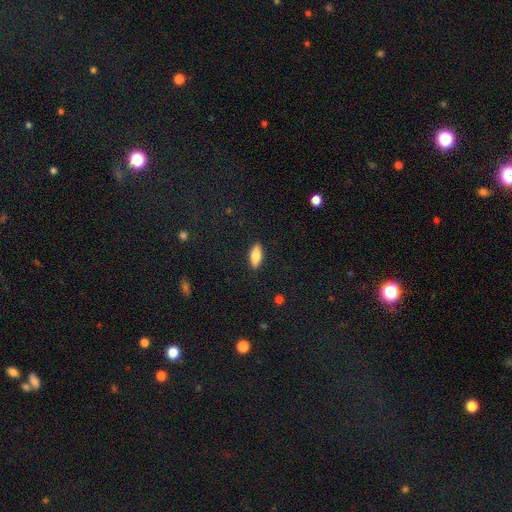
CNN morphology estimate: type=smooth (76%); roundness=in between (65%); merging=none (89%).